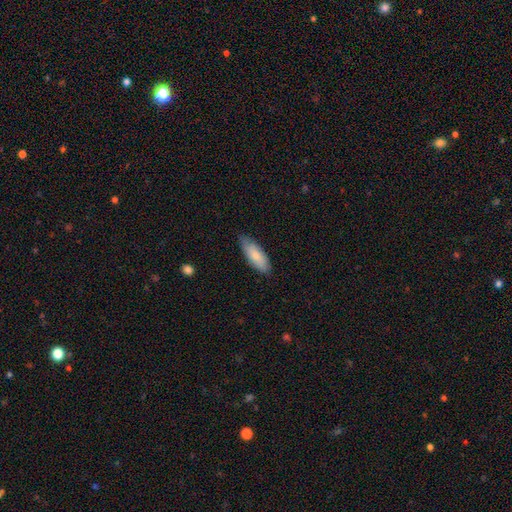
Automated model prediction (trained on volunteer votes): Overall: smooth (77%). How rounded: in between (73%). Merging: none (78%).